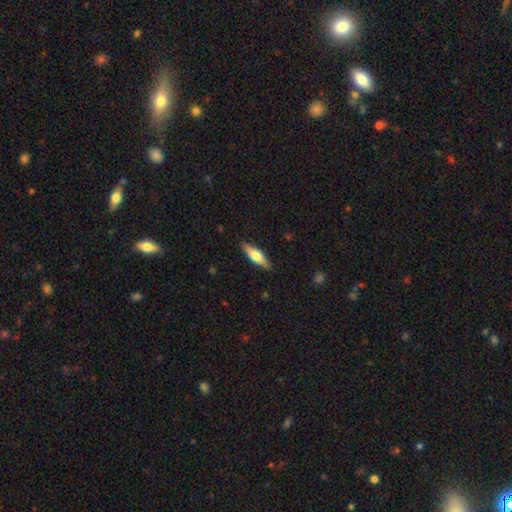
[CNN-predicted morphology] This is possibly a smooth galaxy (49%). Merging: clearly none (89%).